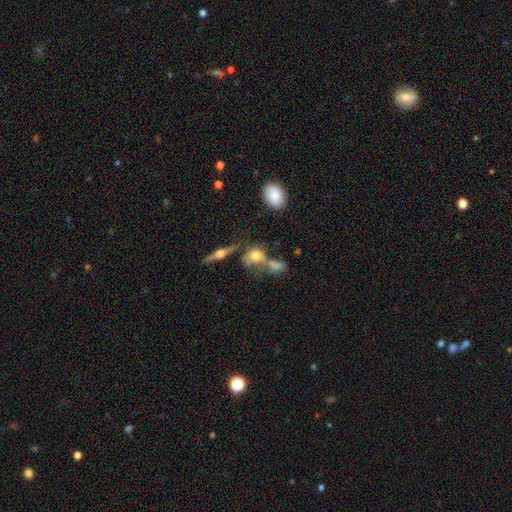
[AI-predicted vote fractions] Smooth or featured: smooth — 59% (featured or disk — 27%)
How rounded: in between — 48% (round — 46%)
Merging: none — 42% (merger — 36%)